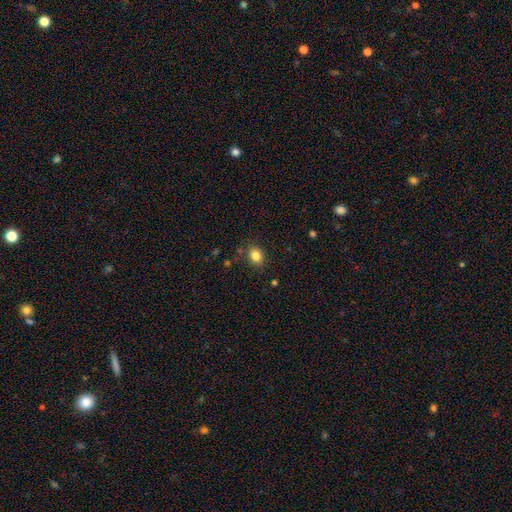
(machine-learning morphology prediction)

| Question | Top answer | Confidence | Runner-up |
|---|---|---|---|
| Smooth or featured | smooth | 83% | star or artifact (11%) |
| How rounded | round | 59% | in between (40%) |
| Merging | none | 83% | minor disturbance (11%) |